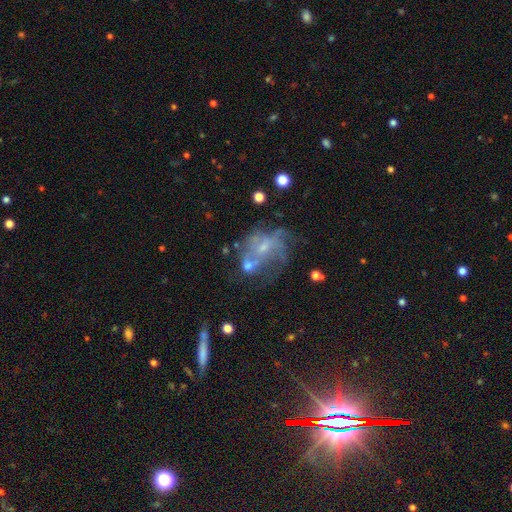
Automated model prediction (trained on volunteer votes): Smooth or featured? featured or disk (62%)
Edge-on disk? no (95%)
Bar? no (61%)
Spiral arms? yes (70%)
Bulge size? small (57%)
Merging? none (45%)